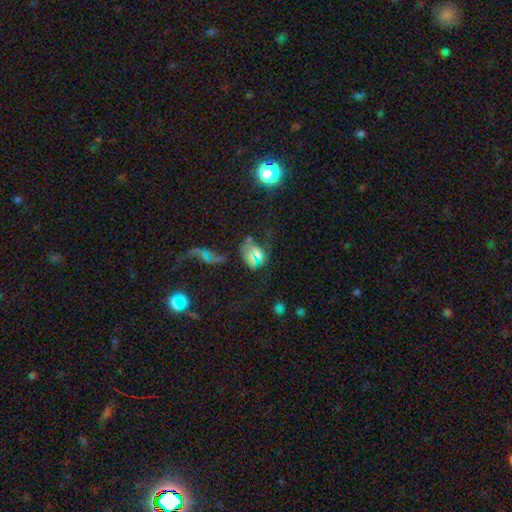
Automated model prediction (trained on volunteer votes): Smooth or featured: star or artifact — 41% (smooth — 38%)